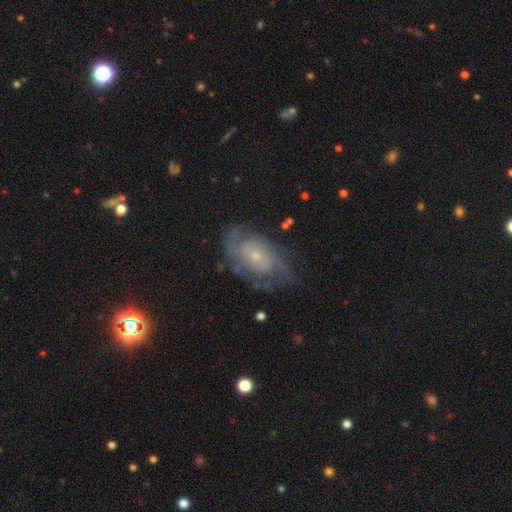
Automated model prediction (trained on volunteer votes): The model was most divided on "spiral arm count": 2: 37%, can't tell: 36%, 3: 13%, 4: 6%, 1: 5%, more than 4: 4%. More confident: edge-on disk — no (96%); spiral arms — yes (91%); smooth or featured — featured or disk (80%); bulge size — small (76%); bar — no (75%); merging — none (70%); spiral winding — tight (53%).